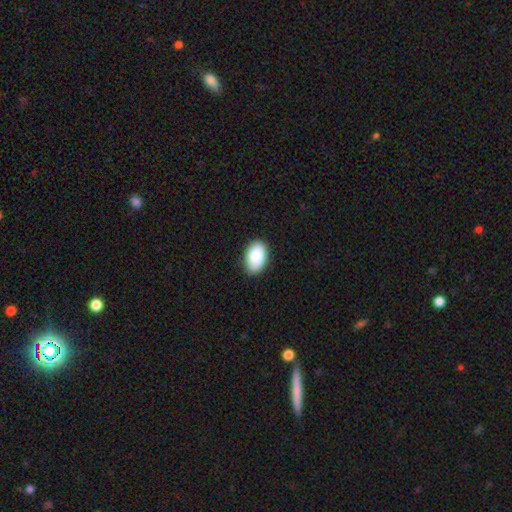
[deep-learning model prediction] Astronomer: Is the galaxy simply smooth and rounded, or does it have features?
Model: smooth — 84%.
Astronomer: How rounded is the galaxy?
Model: in between — 91%.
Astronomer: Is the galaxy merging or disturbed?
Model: none — 85%.